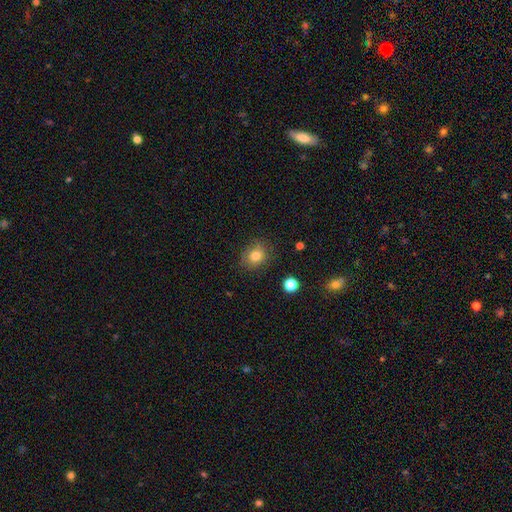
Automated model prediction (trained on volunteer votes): Smooth or featured: smooth — 78% (star or artifact — 11%)
How rounded: round — 63% (in between — 36%)
Merging: none — 79% (minor disturbance — 16%)